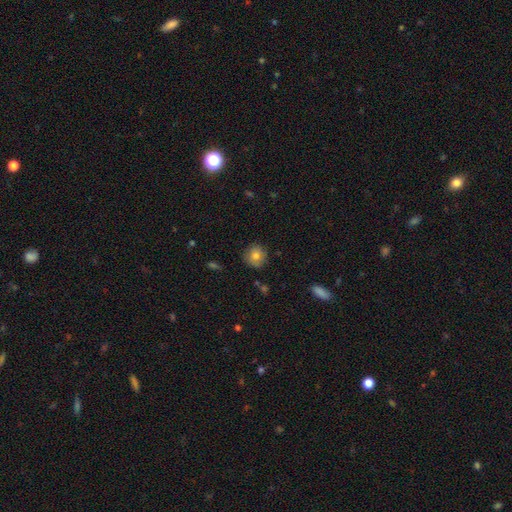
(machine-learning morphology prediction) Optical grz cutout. It shows a smooth galaxy with no disk features (77%) that is round (90%). Merging: none (84%).